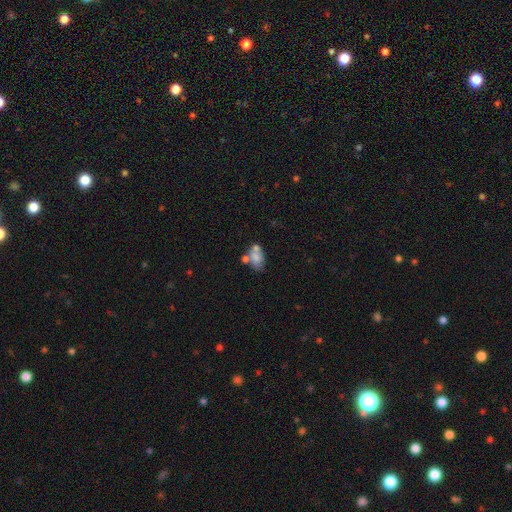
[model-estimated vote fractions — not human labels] Morphology: type=smooth (70%); roundness=in between (85%); merging=none (39%).